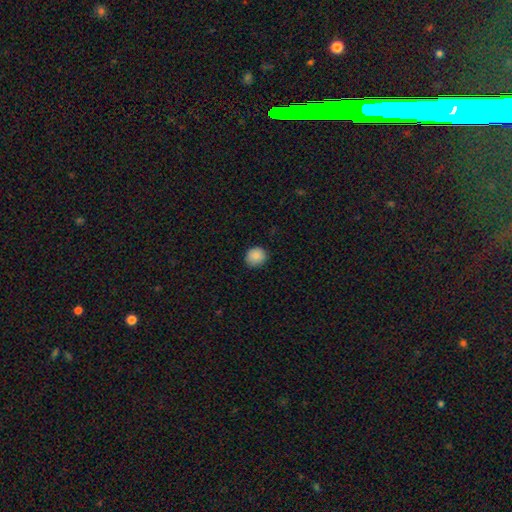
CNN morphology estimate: Smooth or featured: smooth — 88% (star or artifact — 9%)
How rounded: round — 83% (in between — 16%)
Merging: none — 88% (minor disturbance — 9%)